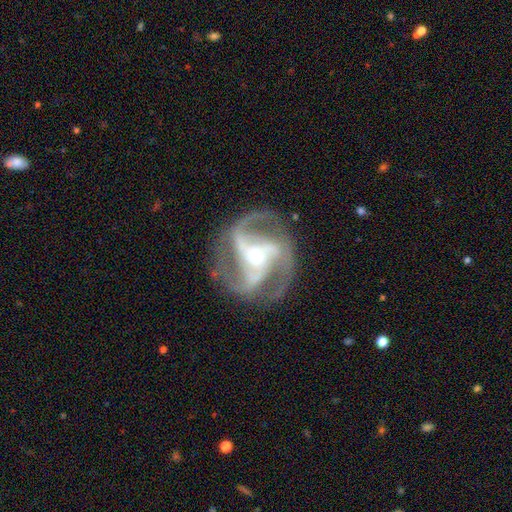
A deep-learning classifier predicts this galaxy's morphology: Smooth or featured?
  - featured or disk: 91% *
  - star or artifact: 5%
  - smooth: 4%
Edge-on disk?
  - no: 98% *
  - yes: 2%
Bar?
  - strong: 37% *
  - weak: 32%
  - no: 31%
Spiral arms?
  - yes: 98% *
  - no: 2%
Spiral winding?
  - medium: 58% *
  - tight: 23%
  - loose: 19%
Spiral arm count?
  - 3: 55% *
  - 2: 24%
  - 4: 9%
  - can't tell: 6%
  - 1: 3%
  - more than 4: 3%
Bulge size?
  - small: 53% *
  - moderate: 39%
  - large: 4%
  - none: 2%
  - dominant: 1%
Merging?
  - none: 71% *
  - minor disturbance: 15%
  - major disturbance: 12%
  - merger: 2%